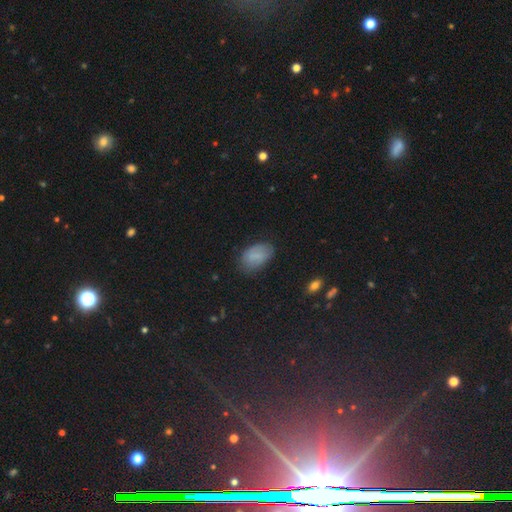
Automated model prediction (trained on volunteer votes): A smooth galaxy with no disk features (78%) that is in between round and cigar-shaped (91%).

Vote fractions:
- Smooth or featured? smooth: 78% / featured or disk: 12% / star or artifact: 10%
- How rounded? in between: 91% / round: 7% / cigar-shaped: 2%
- Merging? none: 74% / minor disturbance: 20% / major disturbance: 5% / merger: 1%